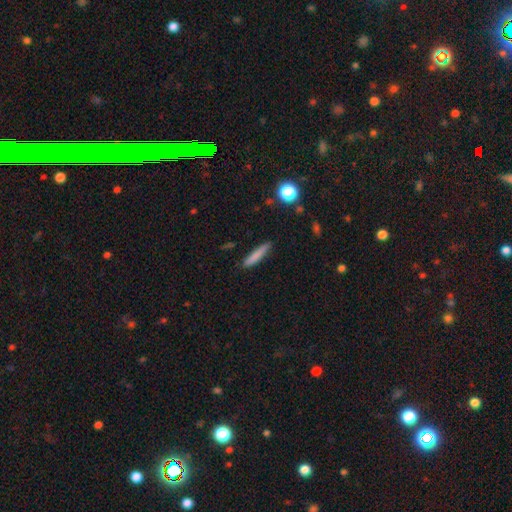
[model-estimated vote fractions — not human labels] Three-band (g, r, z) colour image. It shows a smooth galaxy with no disk features (79%) that is cigar-shaped (91%). Merging: none (87%).